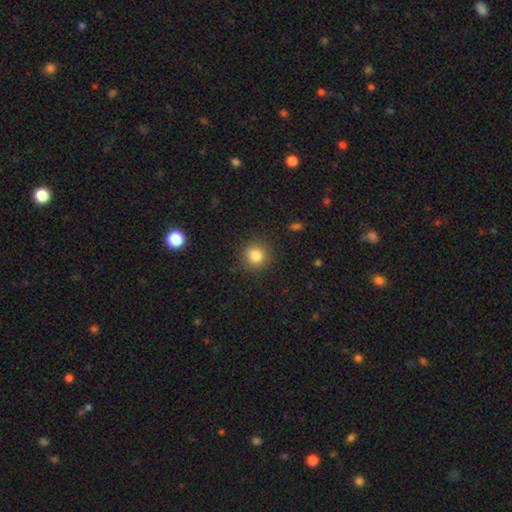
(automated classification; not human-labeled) Smooth or featured: smooth — 83% (star or artifact — 11%)
How rounded: round — 92% (in between — 7%)
Merging: none — 89% (minor disturbance — 7%)